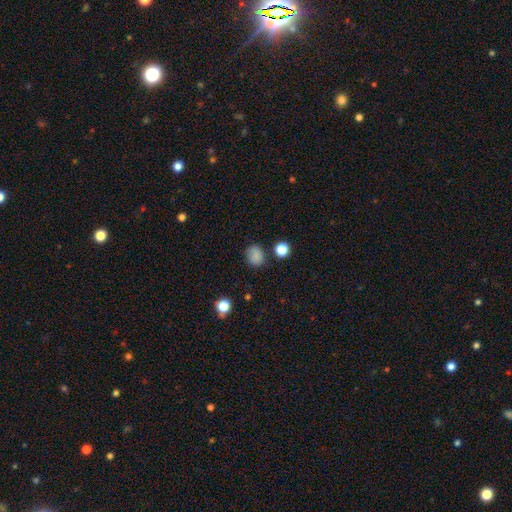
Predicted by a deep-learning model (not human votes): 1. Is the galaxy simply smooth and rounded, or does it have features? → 82% smooth, 13% star or artifact, 5% featured or disk.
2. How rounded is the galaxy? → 67% round, 32% in between, 1% cigar-shaped.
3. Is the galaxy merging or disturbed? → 75% none, 17% minor disturbance, 4% major disturbance, 3% merger.